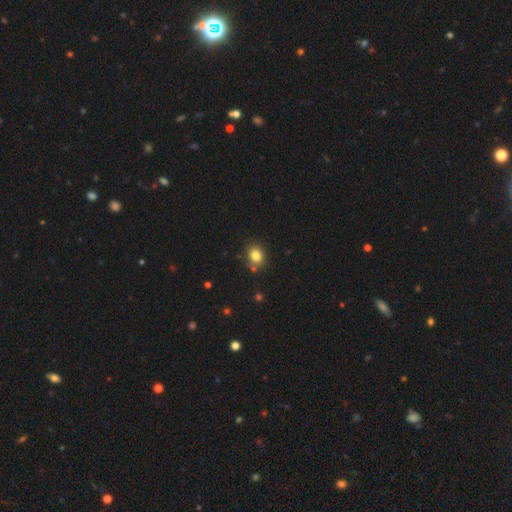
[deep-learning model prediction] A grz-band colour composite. It shows a smooth galaxy with no disk features (82%) that is round (50%). Merging: none (76%).